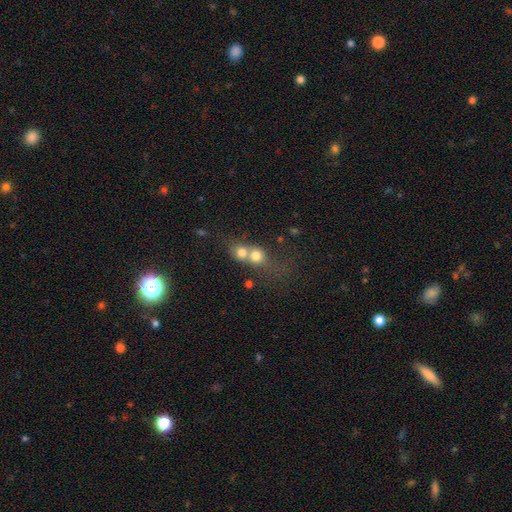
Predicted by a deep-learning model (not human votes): Morphology: type=smooth (72%); roundness=round (74%); merging=merger (72%).